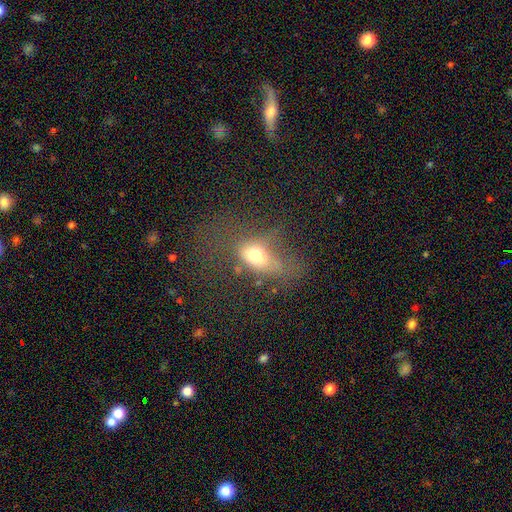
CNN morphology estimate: Smooth or featured? smooth (65%)
How rounded? in between (76%)
Merging? major disturbance (39%)